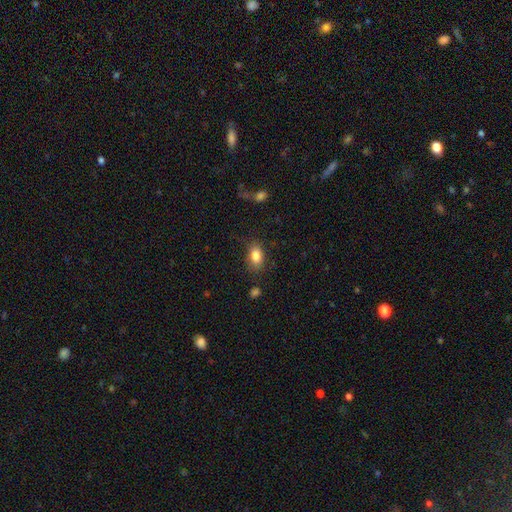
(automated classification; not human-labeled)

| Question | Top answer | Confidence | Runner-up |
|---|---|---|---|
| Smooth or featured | smooth | 84% | star or artifact (9%) |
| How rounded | in between | 85% | round (13%) |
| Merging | none | 79% | minor disturbance (15%) |